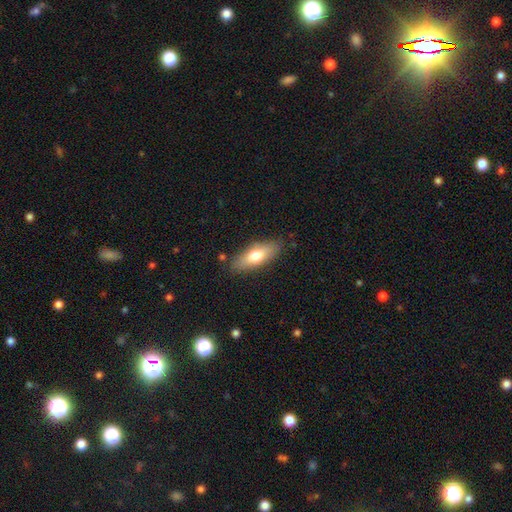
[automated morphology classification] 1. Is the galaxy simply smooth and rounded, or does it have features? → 69% smooth, 25% featured or disk, 6% star or artifact.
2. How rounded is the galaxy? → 64% in between, 34% cigar-shaped, 3% round.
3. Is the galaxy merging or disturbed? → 83% none, 12% minor disturbance, 3% major disturbance, 2% merger.